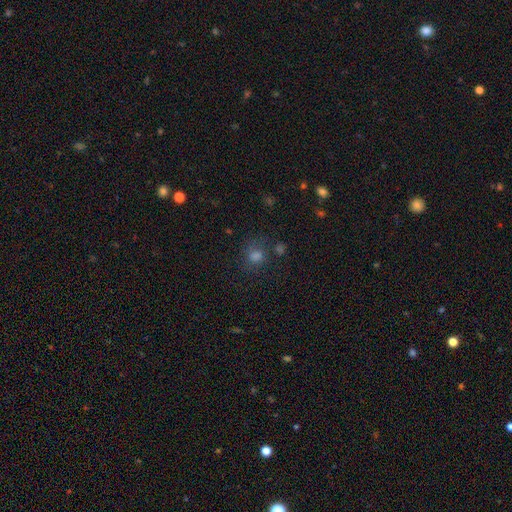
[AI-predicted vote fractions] Smooth or featured? smooth (63%)
How rounded? round (80%)
Merging? none (68%)